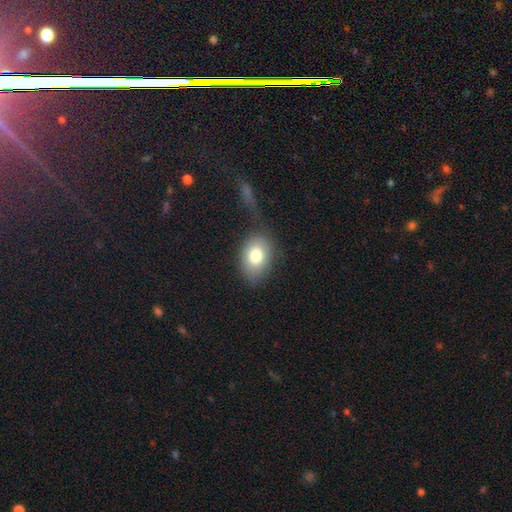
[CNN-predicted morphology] type=smooth (78%); roundness=in between (74%); merging=none (66%).